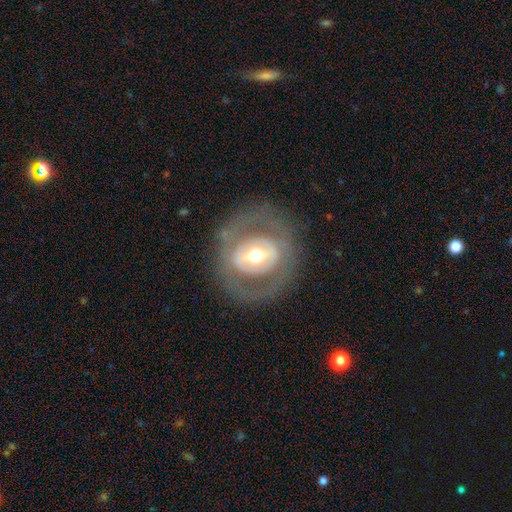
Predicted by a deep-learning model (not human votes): featured or disk 66%, smooth 28%, star or artifact 6%. Down the decision tree: edge-on disk — no (94%); bar — no (41%); spiral arms — no (77%); bulge size — moderate (67%); merging — none (75%).